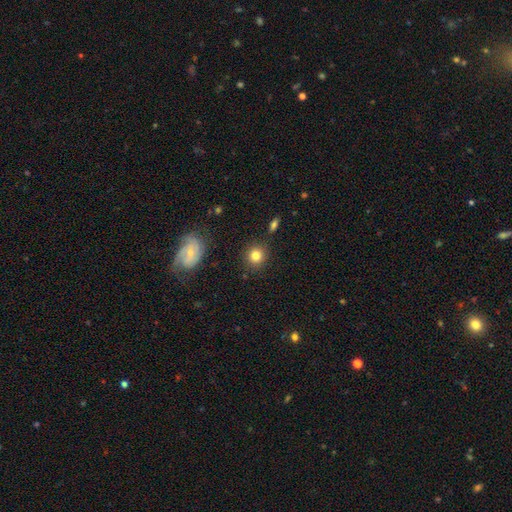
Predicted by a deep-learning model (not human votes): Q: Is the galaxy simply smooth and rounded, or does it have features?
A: smooth — 82%.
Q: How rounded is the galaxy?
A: round — 85%.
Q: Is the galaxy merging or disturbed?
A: none — 85%.